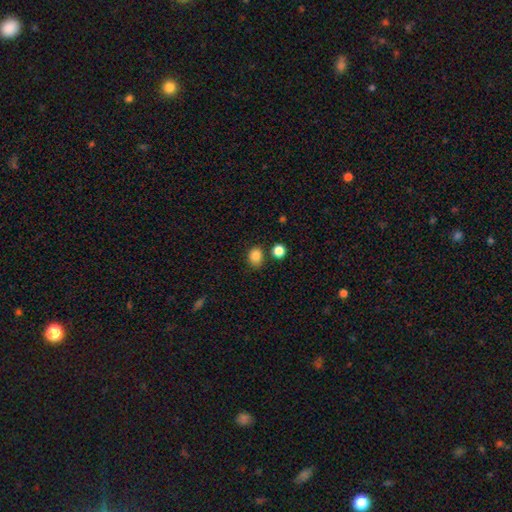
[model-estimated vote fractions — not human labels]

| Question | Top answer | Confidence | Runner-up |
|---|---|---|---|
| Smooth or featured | smooth | 84% | star or artifact (11%) |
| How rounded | round | 54% | in between (45%) |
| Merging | none | 76% | minor disturbance (14%) |